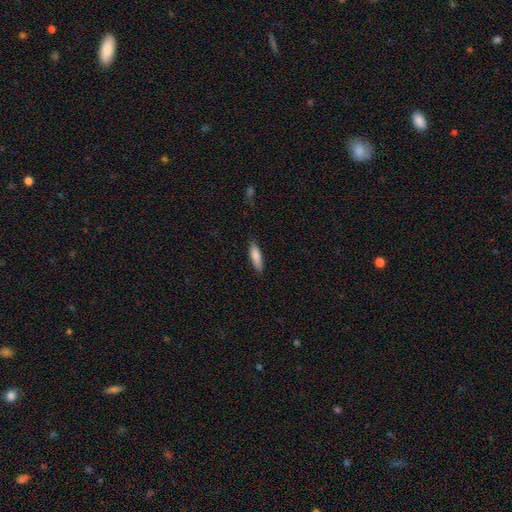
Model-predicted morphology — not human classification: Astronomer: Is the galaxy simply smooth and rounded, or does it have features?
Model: smooth — 83%.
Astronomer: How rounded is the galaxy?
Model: cigar-shaped — 63%.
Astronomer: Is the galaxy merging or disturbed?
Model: none — 85%.